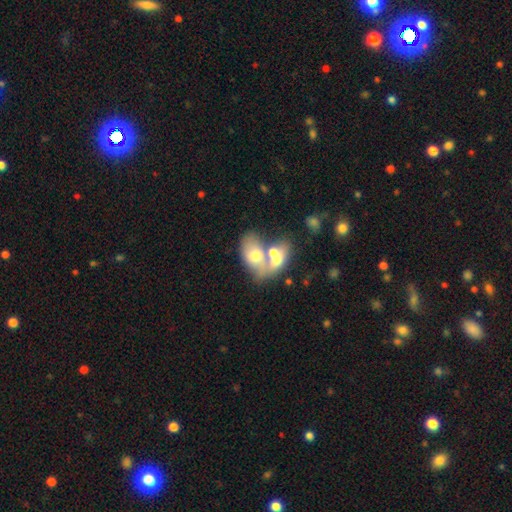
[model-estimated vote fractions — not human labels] The model was most divided on "smooth or featured": smooth: 58%, featured or disk: 34%, star or artifact: 9%. More confident: how rounded — in between (83%); merging — merger (64%).